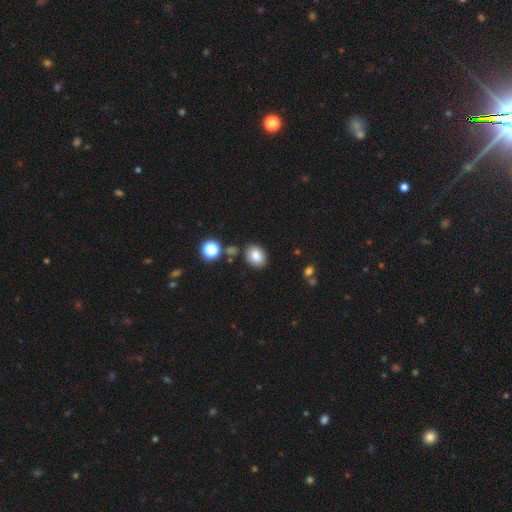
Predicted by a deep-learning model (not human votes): Q: Smooth or featured?
A: smooth (83%); runner-up: star or artifact (10%)
Q: How rounded?
A: in between (60%); runner-up: round (39%)
Q: Merging?
A: none (82%); runner-up: minor disturbance (11%)